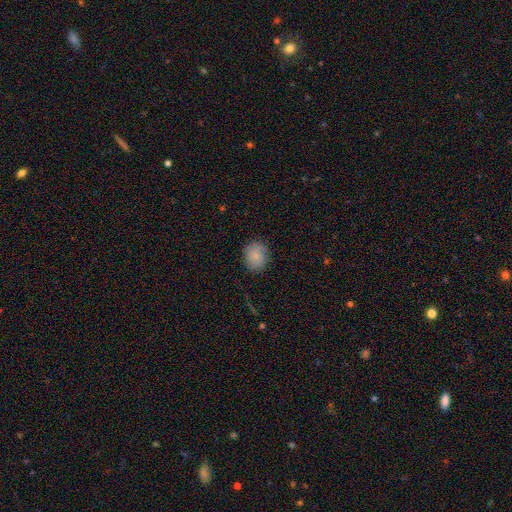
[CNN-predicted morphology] Smooth or featured? smooth (83%)
How rounded? round (67%)
Merging? none (84%)